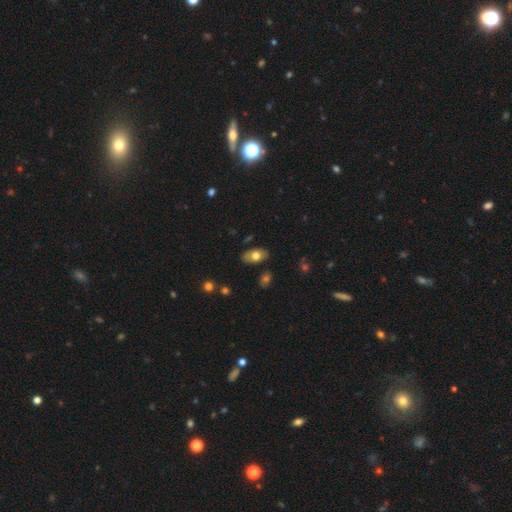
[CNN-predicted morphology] Smooth or featured? Predicted: smooth (p=0.70). How rounded? Predicted: in between (p=0.92). Merging? Predicted: none (p=0.83).